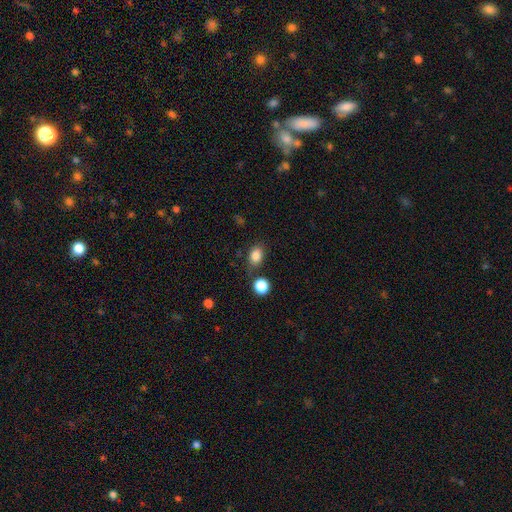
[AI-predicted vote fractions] smooth_or_featured: smooth (p=0.85) [alt: star or artifact p=0.10]
how_rounded: in between (p=0.69) [alt: round p=0.29]
merging: none (p=0.69) [alt: minor disturbance p=0.16]